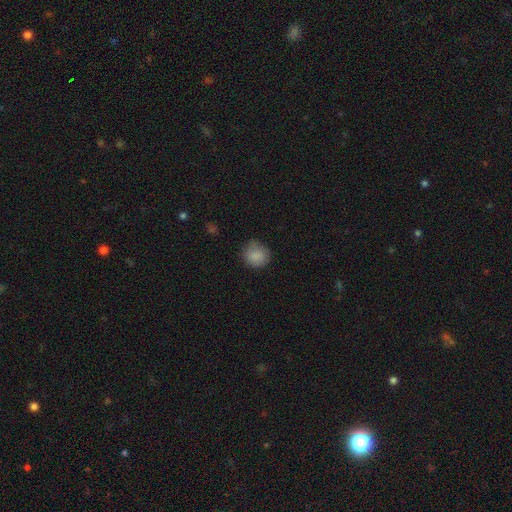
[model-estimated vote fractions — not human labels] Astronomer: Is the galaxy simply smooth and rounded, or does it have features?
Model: smooth — 86%.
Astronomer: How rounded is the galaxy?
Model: round — 83%.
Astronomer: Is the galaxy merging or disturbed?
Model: none — 73%.